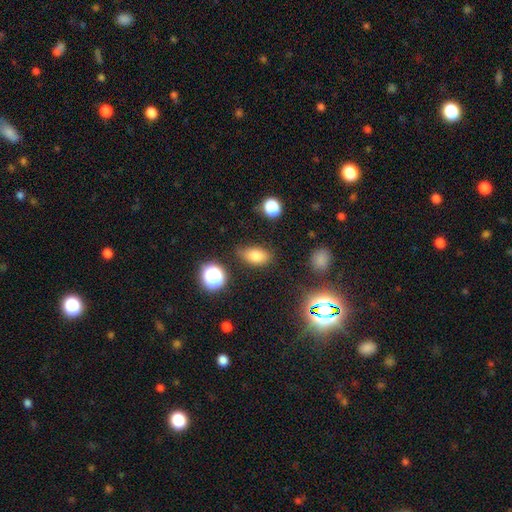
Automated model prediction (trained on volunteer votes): smooth 77%, star or artifact 13%, featured or disk 9%. Down the decision tree: how rounded — in between (85%); merging — none (74%).